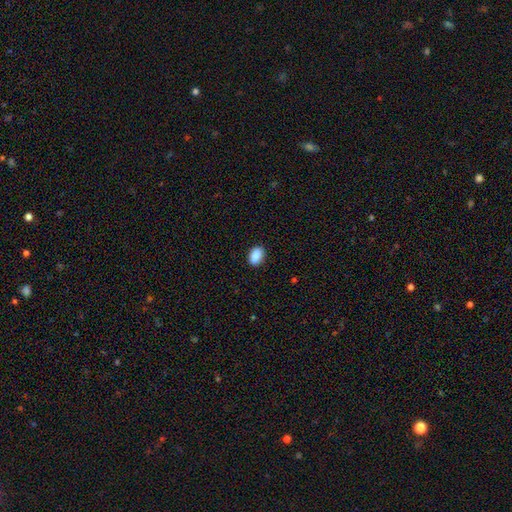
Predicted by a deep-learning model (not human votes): Smooth or featured: smooth — 88% (star or artifact — 7%)
How rounded: in between — 87% (round — 11%)
Merging: none — 88% (minor disturbance — 9%)